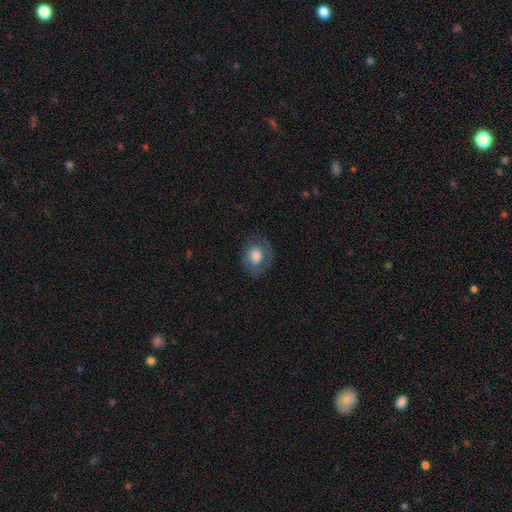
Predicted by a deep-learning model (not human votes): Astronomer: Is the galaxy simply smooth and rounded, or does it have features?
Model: smooth — 66%.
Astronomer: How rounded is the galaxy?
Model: in between — 53% (runner-up: round, 46%).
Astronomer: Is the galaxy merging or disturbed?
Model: none — 72%.